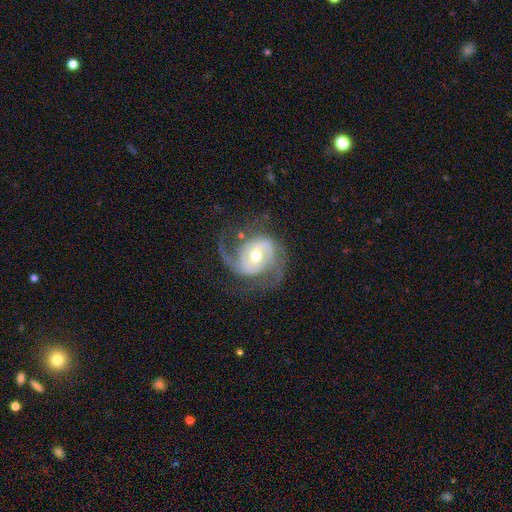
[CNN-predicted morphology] This appears to be a featured or disk galaxy (90%) with no bar (49%), 2 (79%) medium (52%) spiral arms (98%) and a moderate central bulge (65%). Merging: none (68%).